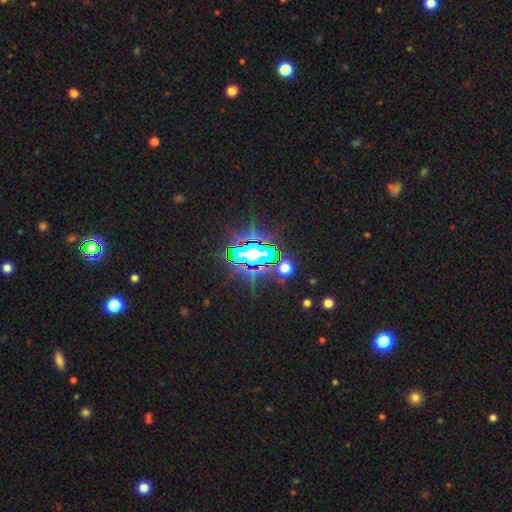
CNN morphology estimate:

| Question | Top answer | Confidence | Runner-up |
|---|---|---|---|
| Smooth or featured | star or artifact | 75% | smooth (13%) |